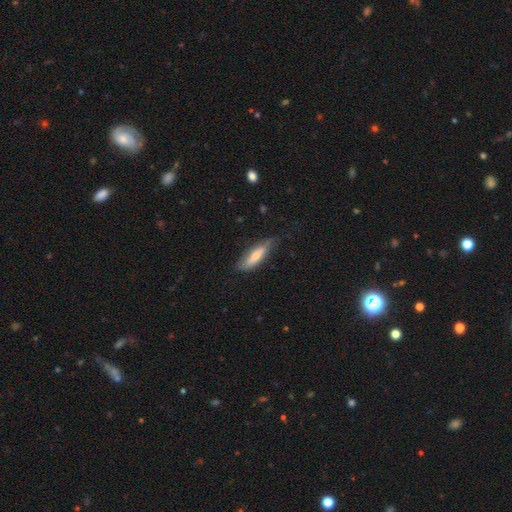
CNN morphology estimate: This appears to be a smooth galaxy with no disk features (63%) that is cigar-shaped (54%). Merging: none (58%).